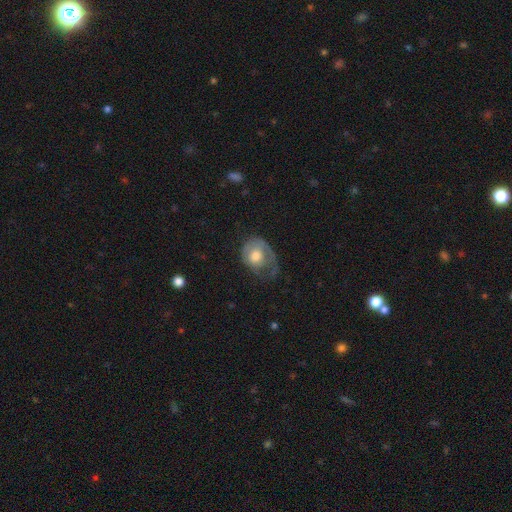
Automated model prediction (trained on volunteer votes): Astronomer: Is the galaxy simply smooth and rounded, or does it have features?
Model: smooth — 50% (runner-up: featured or disk, 43%).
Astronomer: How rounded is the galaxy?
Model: round — 53% (runner-up: in between, 46%).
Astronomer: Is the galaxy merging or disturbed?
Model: major disturbance — 39% (runner-up: none, 31%).